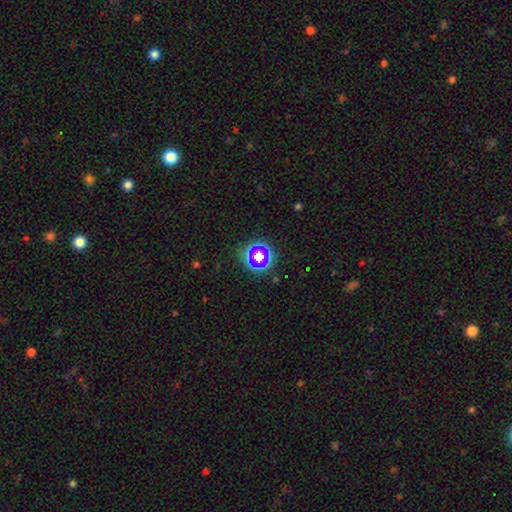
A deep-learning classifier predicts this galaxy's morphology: Smooth or featured?
  - star or artifact: 51% *
  - smooth: 33%
  - featured or disk: 16%